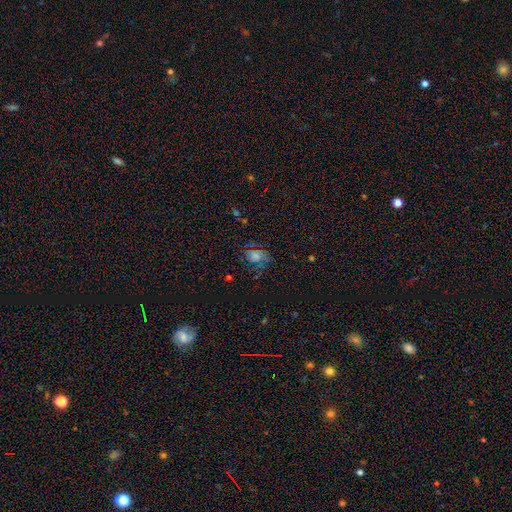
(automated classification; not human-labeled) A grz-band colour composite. It shows a smooth galaxy with no disk features (48%). Merging: none (65%).